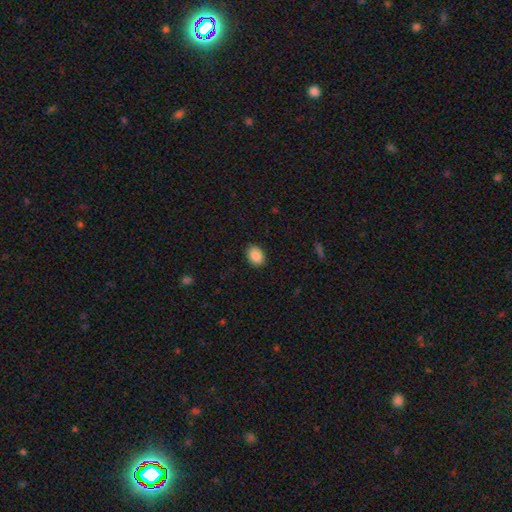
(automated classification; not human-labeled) This is clearly a smooth galaxy (88%). How rounded: likely in between (69%). Merging: clearly none (90%).